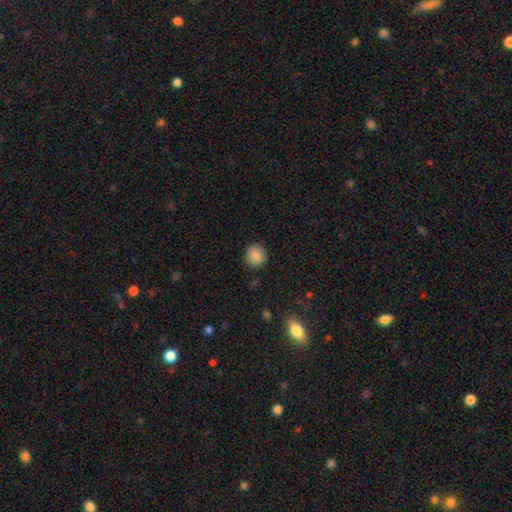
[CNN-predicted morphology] smooth 87%, star or artifact 9%, featured or disk 5%. Down the decision tree: how rounded — round (92%); merging — none (89%).